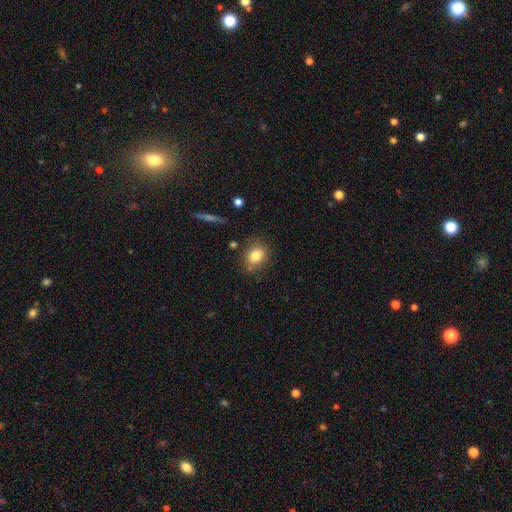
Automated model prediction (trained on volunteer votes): Smooth or featured: smooth — 80% (featured or disk — 10%)
How rounded: in between — 51% (round — 48%)
Merging: none — 78% (minor disturbance — 14%)